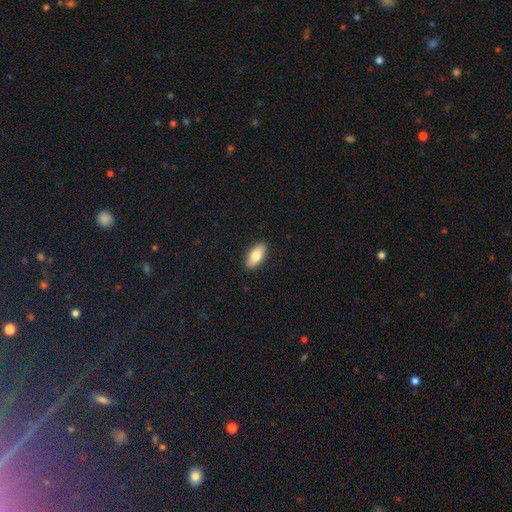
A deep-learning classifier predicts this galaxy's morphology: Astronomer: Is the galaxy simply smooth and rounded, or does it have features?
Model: smooth — 77%.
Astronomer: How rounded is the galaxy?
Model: in between — 87%.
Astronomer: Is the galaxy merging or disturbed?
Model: none — 90%.